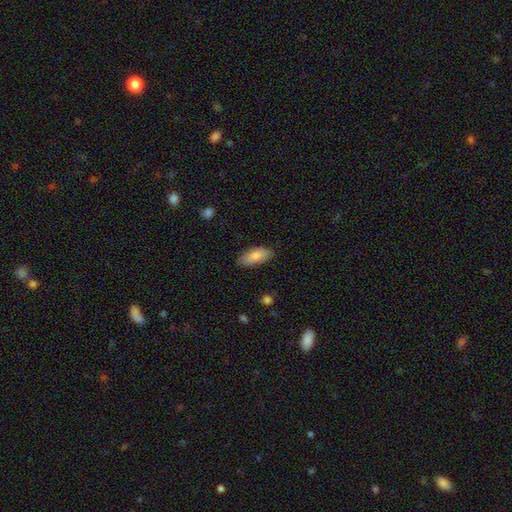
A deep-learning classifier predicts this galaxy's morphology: The model was most divided on "merging": none: 82%, minor disturbance: 14%, major disturbance: 2%, merger: 1%. More confident: how rounded — in between (87%); smooth or featured — smooth (82%).